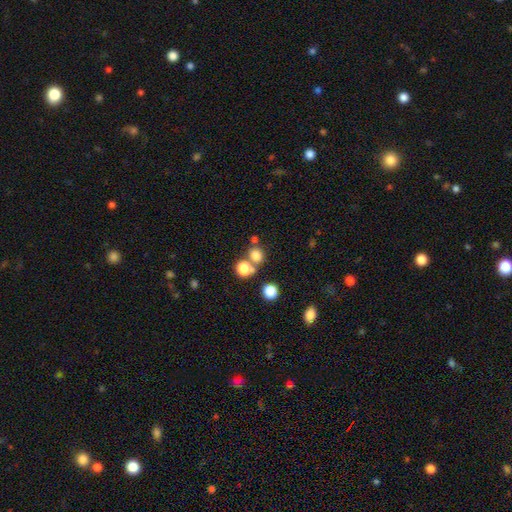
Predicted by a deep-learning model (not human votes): The model was most divided on "merging": none: 58%, merger: 31%, minor disturbance: 8%, major disturbance: 4%. More confident: how rounded — round (80%); smooth or featured — smooth (76%).